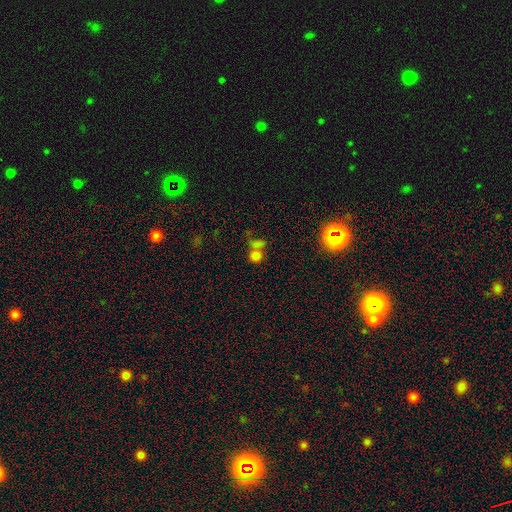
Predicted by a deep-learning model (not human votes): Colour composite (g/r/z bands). It shows a smooth galaxy with no disk features (71%) that is round (77%). Merging: none (43%).